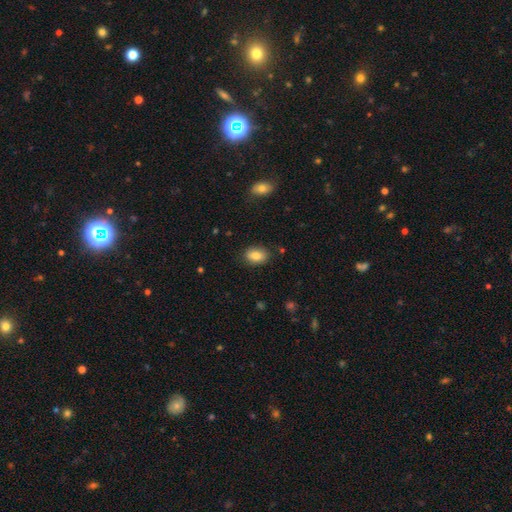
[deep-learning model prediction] A smooth galaxy with no disk features (84%) that is in between round and cigar-shaped (84%). Merging: none (84%).